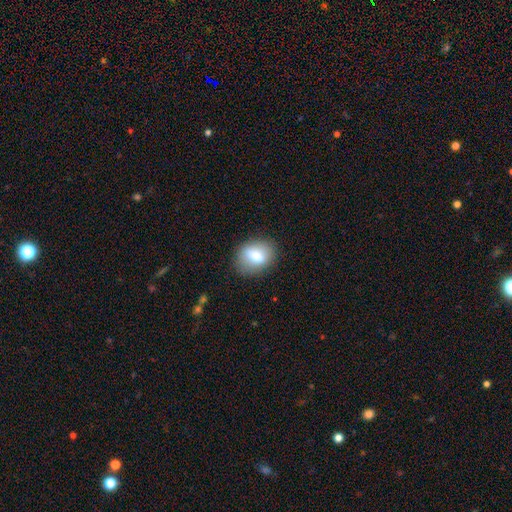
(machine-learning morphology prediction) The model was most divided on "how rounded": in between: 64%, round: 35%, cigar-shaped: 1%. More confident: merging — none (82%); smooth or featured — smooth (76%).